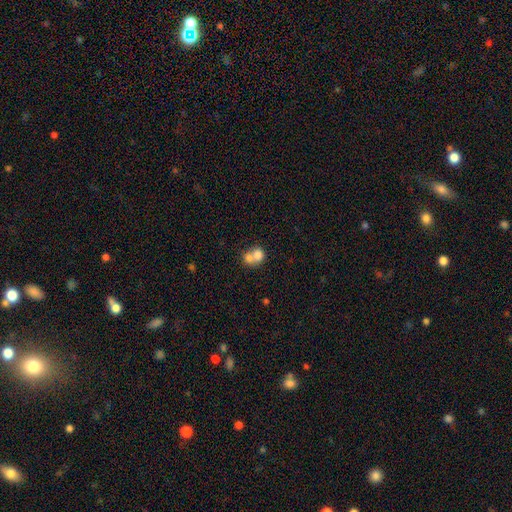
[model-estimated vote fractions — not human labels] Smooth or featured? Predicted: smooth (p=0.73). How rounded? Predicted: round (p=0.66). Merging? Predicted: merger (p=0.67).